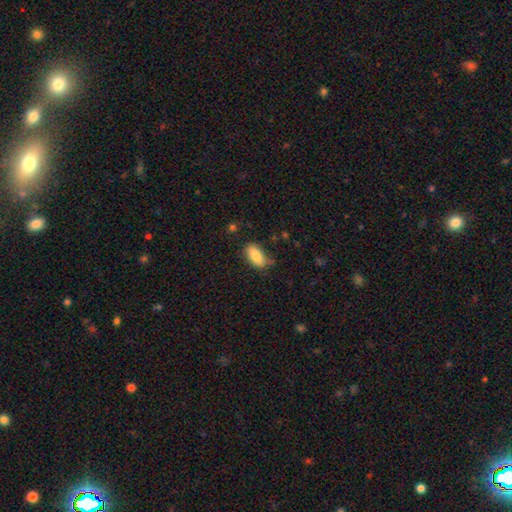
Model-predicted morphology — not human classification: Smooth or featured?
  - smooth: 83% *
  - featured or disk: 10%
  - star or artifact: 7%
How rounded?
  - in between: 90% *
  - cigar-shaped: 7%
  - round: 3%
Merging?
  - none: 68% *
  - minor disturbance: 24%
  - major disturbance: 6%
  - merger: 2%